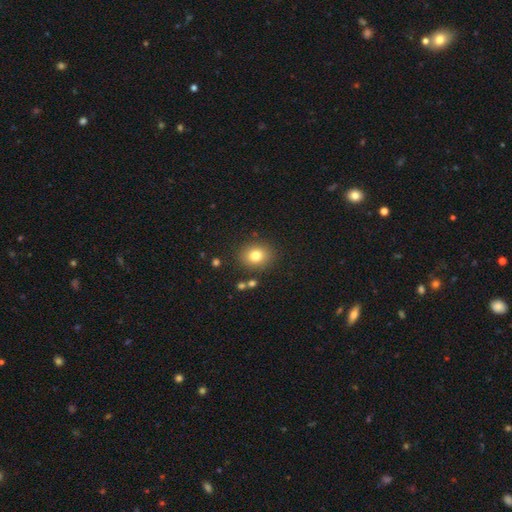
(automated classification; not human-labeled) Q: Smooth or featured?
A: smooth (80%); runner-up: star or artifact (11%)
Q: How rounded?
A: round (64%); runner-up: in between (35%)
Q: Merging?
A: none (86%); runner-up: minor disturbance (8%)